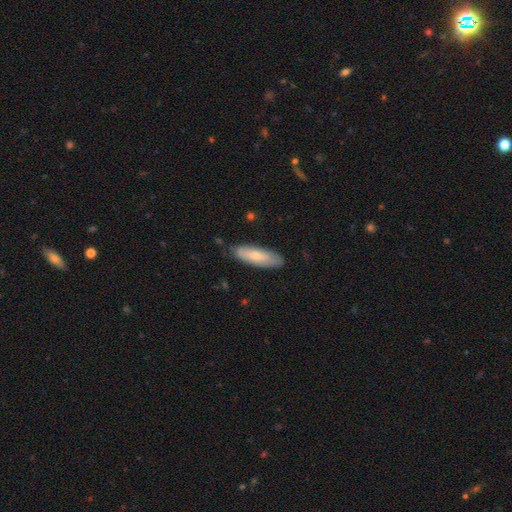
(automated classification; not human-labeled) A smooth galaxy with no disk features (66%) that is in between round and cigar-shaped (50%).

Vote fractions:
- Smooth or featured? smooth: 66% / featured or disk: 29% / star or artifact: 6%
- How rounded? in between: 50% / cigar-shaped: 48% / round: 2%
- Merging? none: 80% / minor disturbance: 16% / major disturbance: 3% / merger: 1%